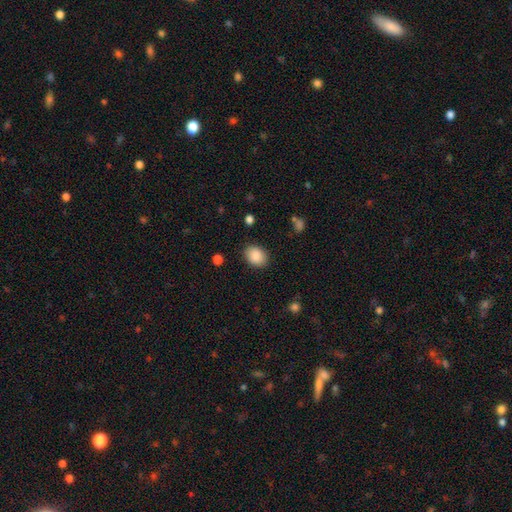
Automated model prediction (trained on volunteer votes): Smooth or featured: smooth — 88% (star or artifact — 8%)
How rounded: in between — 65% (round — 34%)
Merging: none — 87% (minor disturbance — 9%)